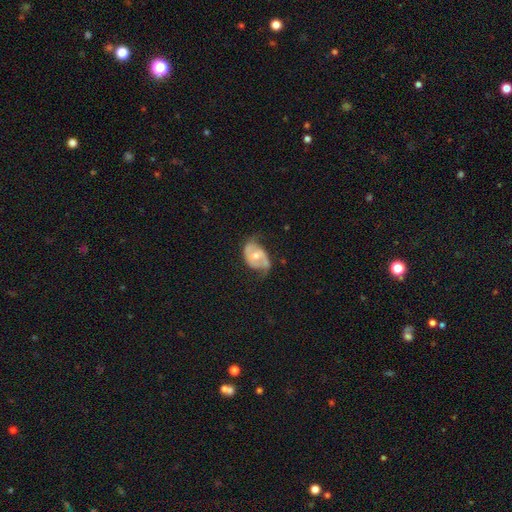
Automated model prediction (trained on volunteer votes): A featured or disk galaxy (70%) with no bar (58%), 2 (79%) medium (41%) spiral arms (78%) and a moderate central bulge (66%). Merging: none (51%).